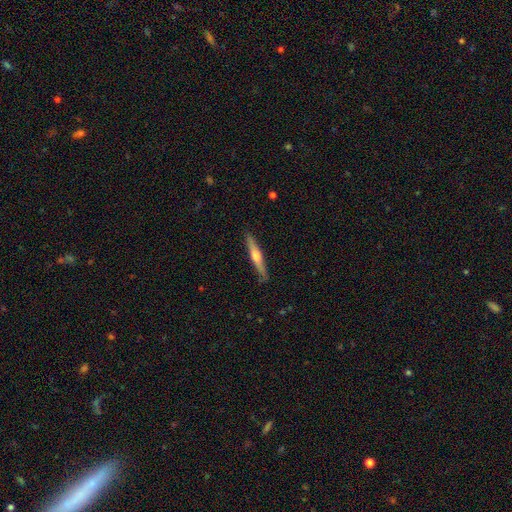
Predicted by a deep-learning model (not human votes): A featured or disk galaxy (62%) viewed edge-on (97%) with a rounded central bulge (86%).

Vote fractions:
- Smooth or featured? featured or disk: 62% / smooth: 32% / star or artifact: 6%
- Edge-on disk? yes: 97% / no: 3%
- Edge-on bulge? rounded: 86% / none: 8% / boxy: 6%
- Merging? none: 88% / minor disturbance: 9% / major disturbance: 2% / merger: 1%